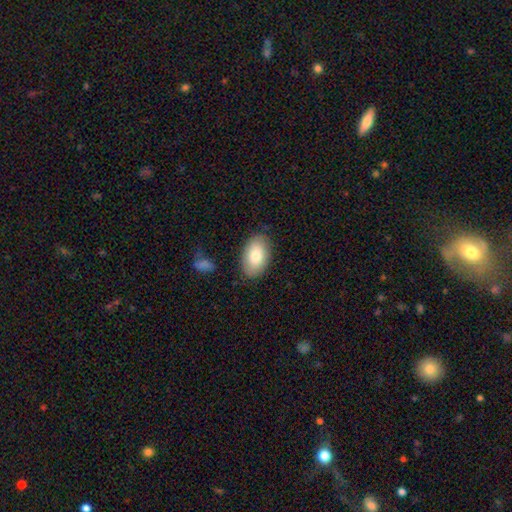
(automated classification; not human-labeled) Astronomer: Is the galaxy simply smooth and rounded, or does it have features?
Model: smooth — 79%.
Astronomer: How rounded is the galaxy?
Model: in between — 93%.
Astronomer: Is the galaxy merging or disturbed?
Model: none — 84%.